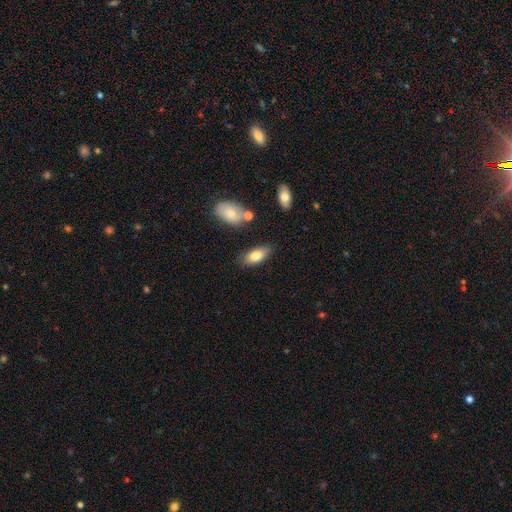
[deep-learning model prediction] A smooth galaxy with no disk features (79%) that is in between round and cigar-shaped (86%).

Vote fractions:
- Smooth or featured? smooth: 79% / featured or disk: 14% / star or artifact: 7%
- How rounded? in between: 86% / cigar-shaped: 10% / round: 3%
- Merging? none: 76% / minor disturbance: 16% / merger: 5% / major disturbance: 4%